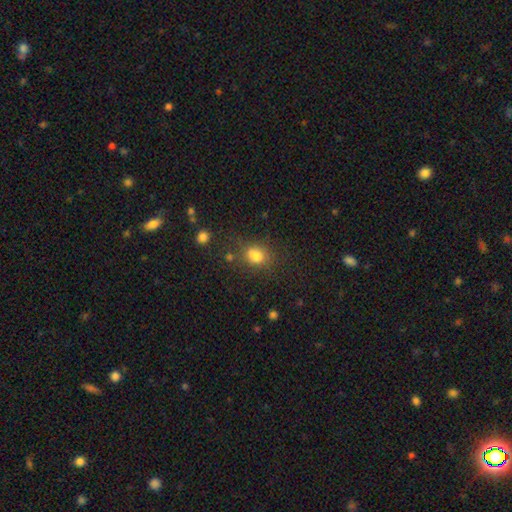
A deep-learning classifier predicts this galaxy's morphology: The model was most divided on "how rounded": in between: 58%, round: 41%, cigar-shaped: 2%. More confident: smooth or featured — smooth (78%); merging — none (63%).